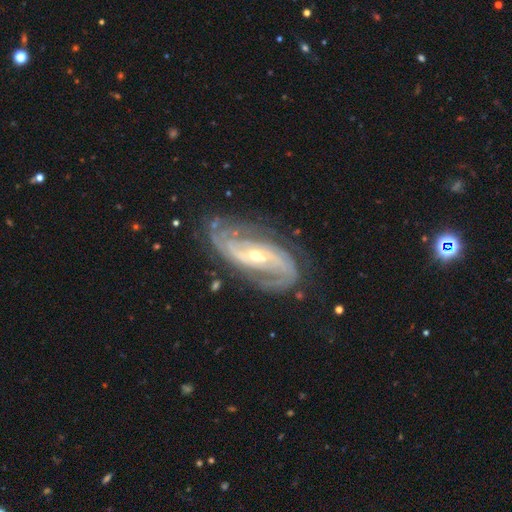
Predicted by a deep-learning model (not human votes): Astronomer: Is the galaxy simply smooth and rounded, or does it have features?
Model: featured or disk — 90%.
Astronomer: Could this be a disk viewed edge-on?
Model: no — 95%.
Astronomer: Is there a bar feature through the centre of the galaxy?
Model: no — 39% (runner-up: weak, 33%).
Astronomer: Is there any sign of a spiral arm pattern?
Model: yes — 97%.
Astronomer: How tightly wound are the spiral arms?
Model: medium — 44% (runner-up: tight, 39%).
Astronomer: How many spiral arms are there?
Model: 2 — 66%.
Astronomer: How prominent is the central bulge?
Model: small — 63%.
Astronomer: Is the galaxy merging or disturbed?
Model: none — 71%.